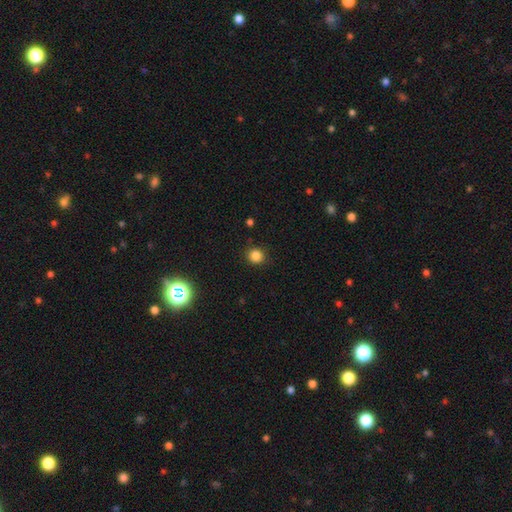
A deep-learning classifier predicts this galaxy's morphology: type=smooth (84%); roundness=round (89%); merging=none (89%).